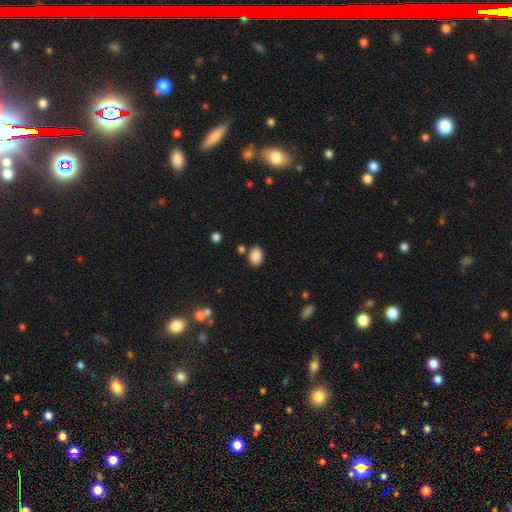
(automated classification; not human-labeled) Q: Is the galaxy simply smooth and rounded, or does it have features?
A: smooth — 87%.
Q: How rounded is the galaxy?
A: in between — 73%.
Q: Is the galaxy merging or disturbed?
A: none — 79%.